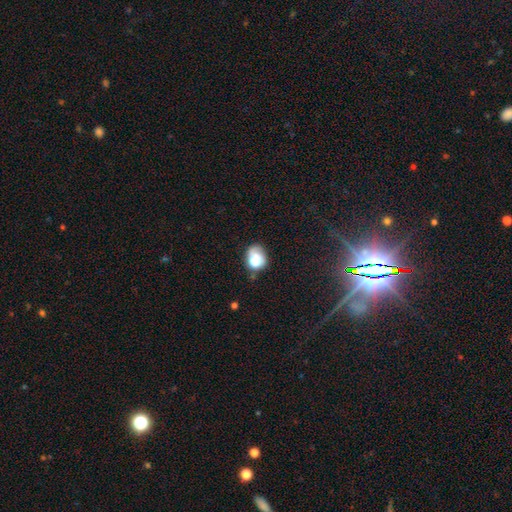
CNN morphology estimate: type=smooth (68%); roundness=in between (50%); merging=none (44%).